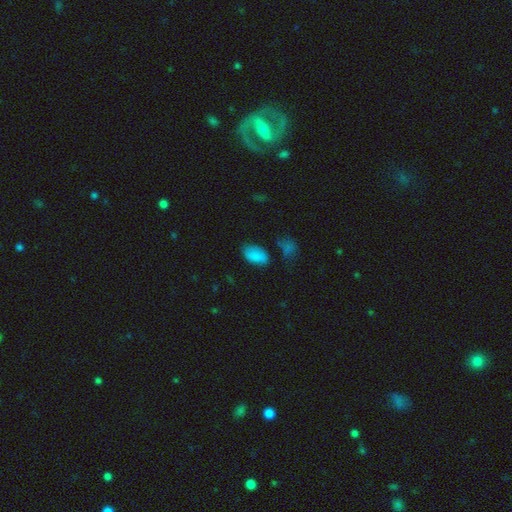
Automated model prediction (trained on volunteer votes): Q: Smooth or featured?
A: smooth (85%); runner-up: star or artifact (9%)
Q: How rounded?
A: in between (94%); runner-up: round (5%)
Q: Merging?
A: none (69%); runner-up: minor disturbance (19%)